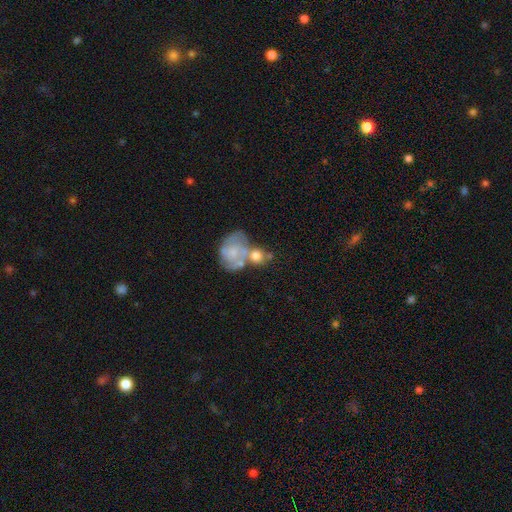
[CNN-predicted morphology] Overall: smooth (51%; featured or disk 41%). How rounded: round (63%; in between 35%). Merging: merger (47%; none 30%).